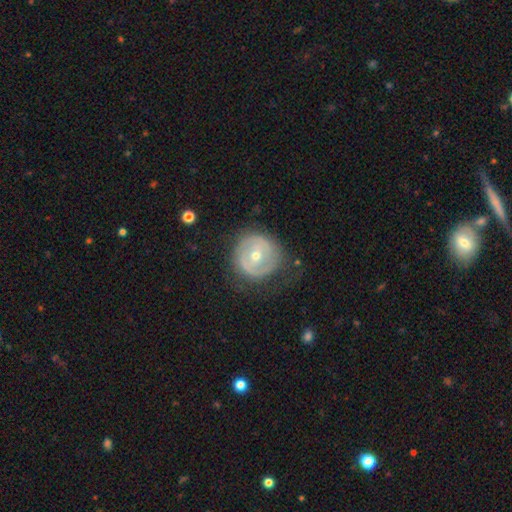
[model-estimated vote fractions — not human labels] Morphology: type=featured or disk (66%); edge-on=no (96%); bar=no (44%); spiral arms=yes (52%); bulge=moderate (50%); merging=none (66%).